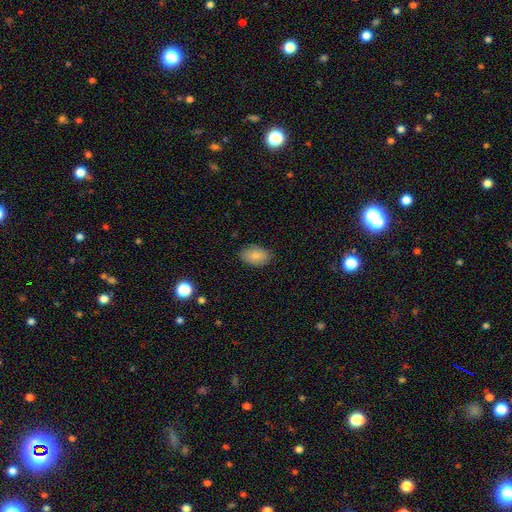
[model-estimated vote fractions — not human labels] Overall: smooth (83%). How rounded: in between (90%). Merging: none (85%).